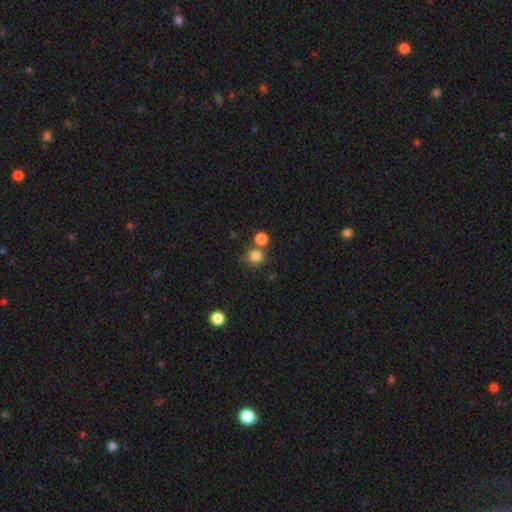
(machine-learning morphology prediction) The model was most divided on "merging": none: 67%, merger: 22%, minor disturbance: 8%, major disturbance: 3%. More confident: how rounded — round (91%); smooth or featured — smooth (82%).